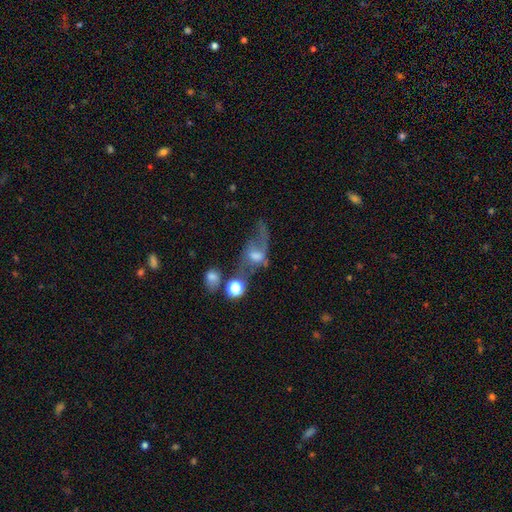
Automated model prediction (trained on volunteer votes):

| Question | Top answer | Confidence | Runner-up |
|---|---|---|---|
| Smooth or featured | featured or disk | 56% | smooth (29%) |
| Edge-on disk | no | 88% | yes (12%) |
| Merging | major disturbance | 33% | none (32%) |